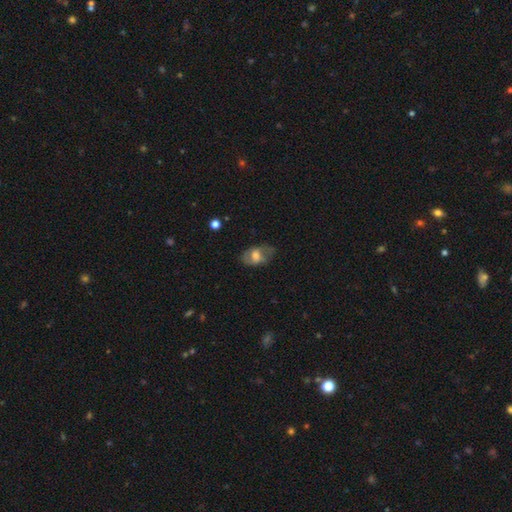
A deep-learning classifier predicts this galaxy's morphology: smooth_or_featured: smooth (p=0.52) [alt: featured or disk p=0.40]
how_rounded: in between (p=0.85) [alt: round p=0.13]
merging: none (p=0.62) [alt: minor disturbance p=0.25]